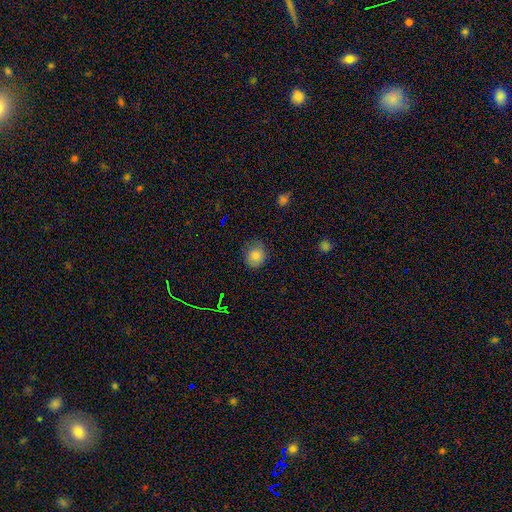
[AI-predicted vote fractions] The model was most divided on "merging": none: 77%, minor disturbance: 18%, major disturbance: 4%, merger: 1%. More confident: how rounded — round (83%); smooth or featured — smooth (83%).